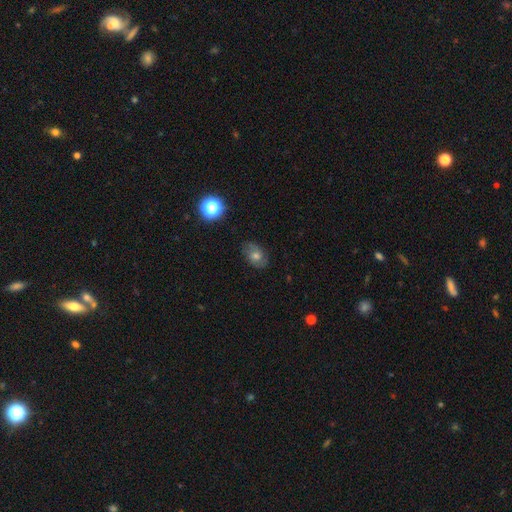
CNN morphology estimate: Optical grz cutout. It shows a smooth galaxy with no disk features (45%). Merging: none (75%).